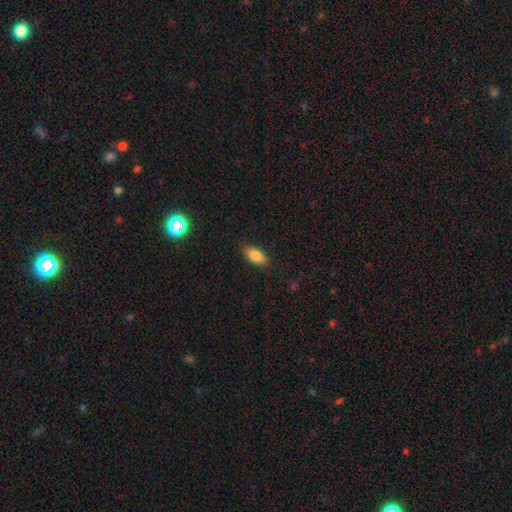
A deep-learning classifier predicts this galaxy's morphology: type=smooth (84%); roundness=in between (88%); merging=none (85%).